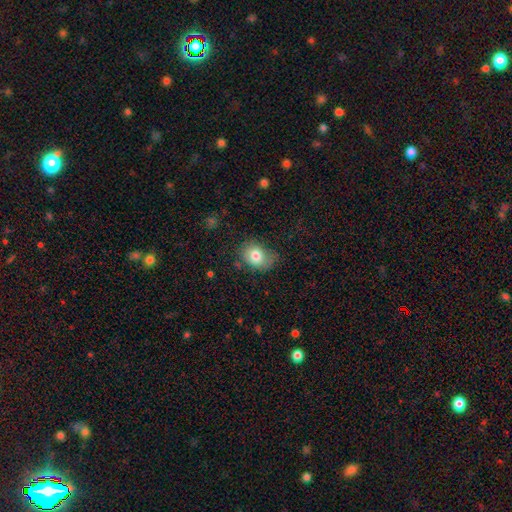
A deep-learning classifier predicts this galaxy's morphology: Overall: smooth (78%). How rounded: in between (57%; round 42%). Merging: none (59%; minor disturbance 30%).